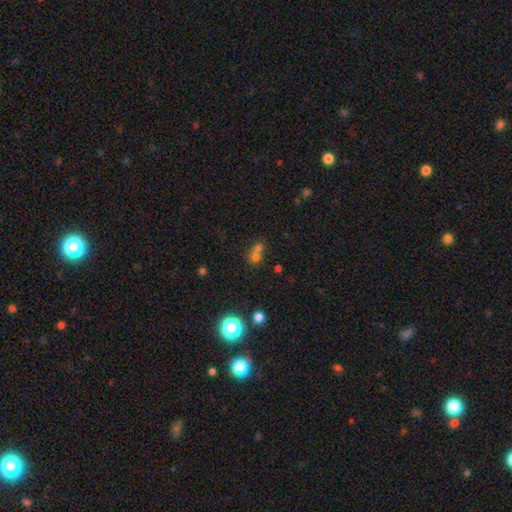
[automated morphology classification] Smooth or featured? Predicted: smooth (p=0.61). How rounded? Predicted: round (p=0.80). Merging? Predicted: merger (p=0.54).